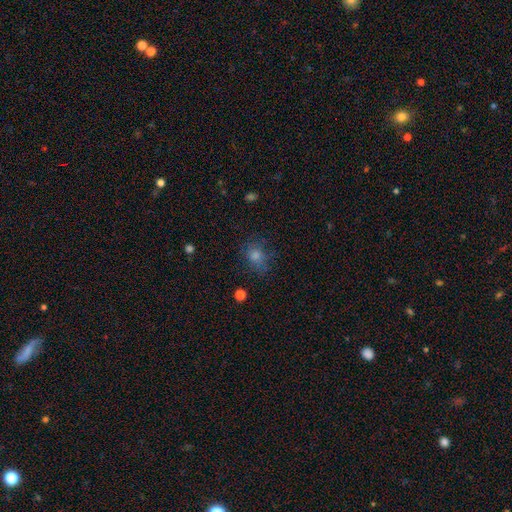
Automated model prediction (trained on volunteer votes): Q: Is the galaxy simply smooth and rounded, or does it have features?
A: smooth — 65%.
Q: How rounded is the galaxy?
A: round — 63%.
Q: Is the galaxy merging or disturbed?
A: none — 72%.